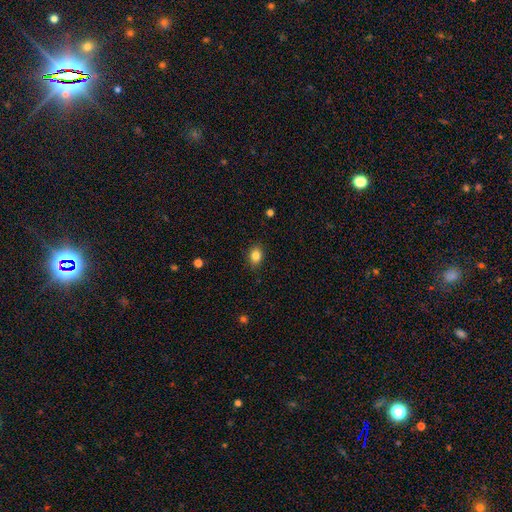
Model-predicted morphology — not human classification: Smooth or featured?
  - smooth: 85% *
  - star or artifact: 10%
  - featured or disk: 6%
How rounded?
  - in between: 65% *
  - round: 34%
  - cigar-shaped: 1%
Merging?
  - none: 86% *
  - minor disturbance: 10%
  - major disturbance: 2%
  - merger: 1%